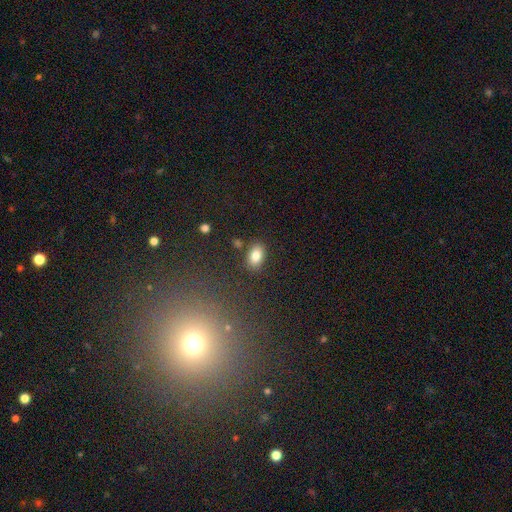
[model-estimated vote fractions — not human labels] A smooth galaxy with no disk features (83%) that is in between round and cigar-shaped (86%). Merging: none (82%).